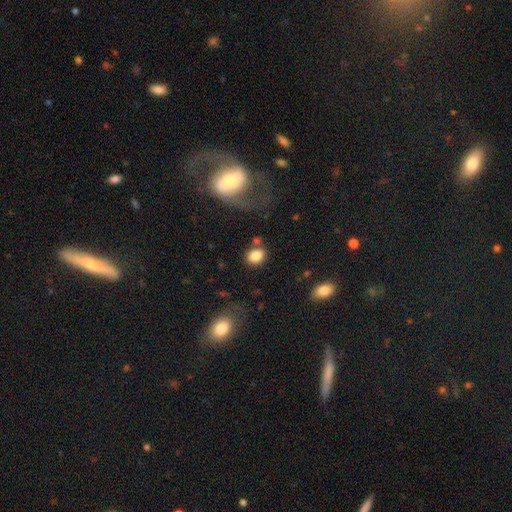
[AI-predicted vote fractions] This is clearly a smooth galaxy (83%). How rounded: possibly in between (50%). Merging: likely none (74%).